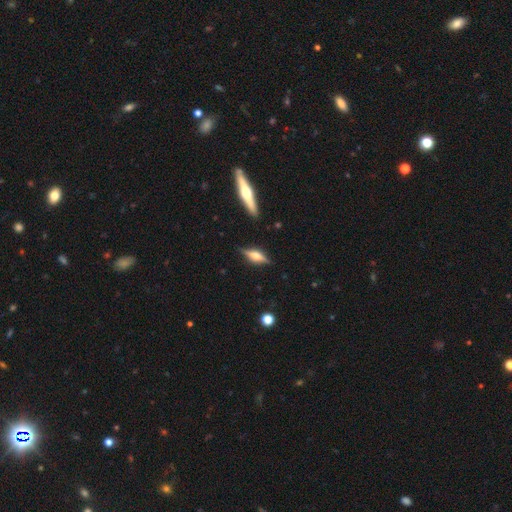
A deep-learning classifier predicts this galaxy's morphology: The model was most divided on "smooth or featured": featured or disk: 65%, smooth: 29%, star or artifact: 7%. More confident: edge-on disk — yes (95%); edge-on bulge — rounded (87%); merging — none (84%).